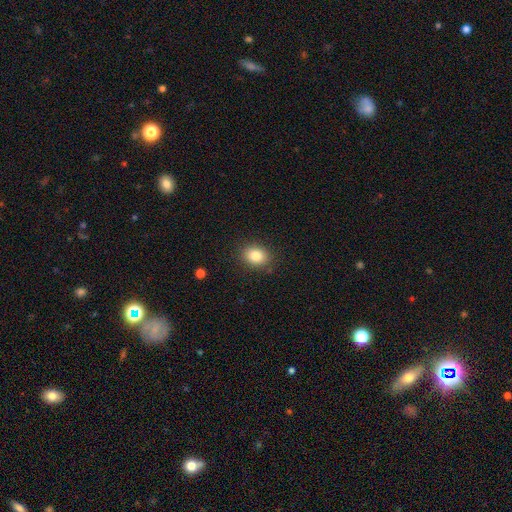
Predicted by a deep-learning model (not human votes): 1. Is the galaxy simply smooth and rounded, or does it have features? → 84% smooth, 10% star or artifact, 7% featured or disk.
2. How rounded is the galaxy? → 57% in between, 42% round, 1% cigar-shaped.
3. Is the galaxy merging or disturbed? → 86% none, 10% minor disturbance, 3% major disturbance, 1% merger.